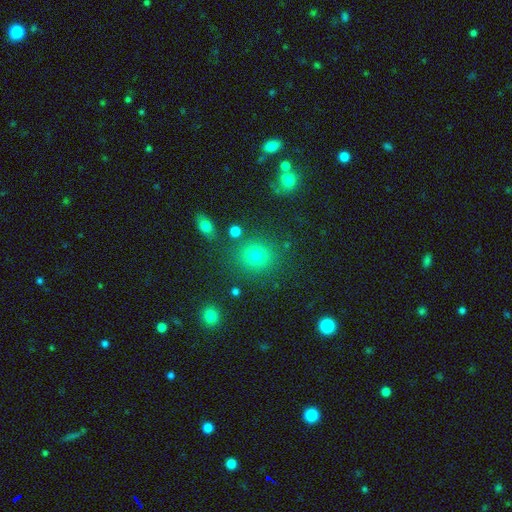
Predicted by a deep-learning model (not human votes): Morphology: type=smooth (74%); roundness=round (85%); merging=none (82%).